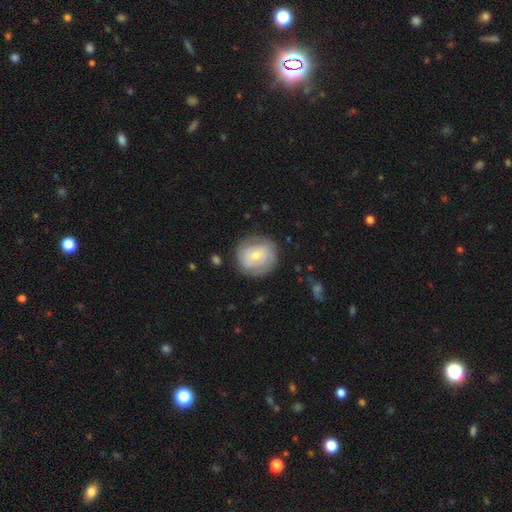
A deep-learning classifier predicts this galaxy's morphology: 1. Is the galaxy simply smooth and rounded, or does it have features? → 54% featured or disk, 40% smooth, 7% star or artifact.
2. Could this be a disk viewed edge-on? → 97% no, 3% yes.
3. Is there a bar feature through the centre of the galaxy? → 61% no, 32% weak, 7% strong.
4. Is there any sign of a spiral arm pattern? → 73% yes, 27% no.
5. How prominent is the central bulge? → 51% moderate, 44% small, 3% large, 1% none, 1% dominant.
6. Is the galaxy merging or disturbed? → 80% none, 14% minor disturbance, 5% major disturbance, 1% merger.